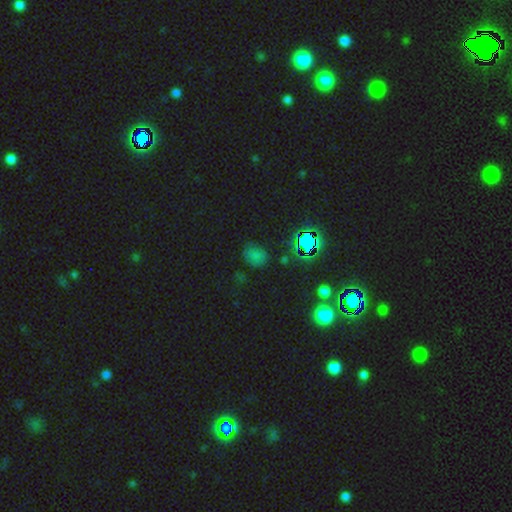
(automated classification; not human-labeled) Smooth or featured?
  - smooth: 52% *
  - star or artifact: 41%
  - featured or disk: 8%
How rounded?
  - round: 58% *
  - in between: 40%
  - cigar-shaped: 2%
Merging?
  - none: 75% *
  - minor disturbance: 16%
  - major disturbance: 6%
  - merger: 3%